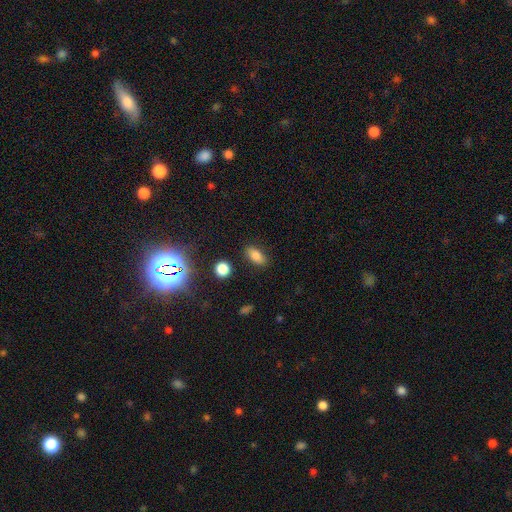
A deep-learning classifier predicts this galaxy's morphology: Smooth or featured? Predicted: smooth (p=0.82). How rounded? Predicted: in between (p=0.87). Merging? Predicted: none (p=0.86).